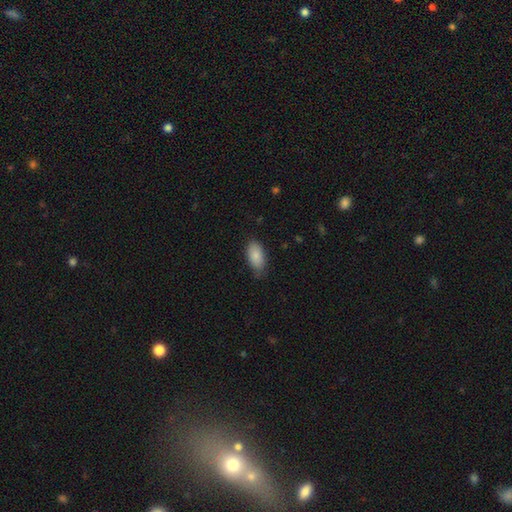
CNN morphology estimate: The model was most divided on "merging": none: 74%, minor disturbance: 21%, major disturbance: 4%, merger: 1%. More confident: how rounded — in between (93%); smooth or featured — smooth (86%).